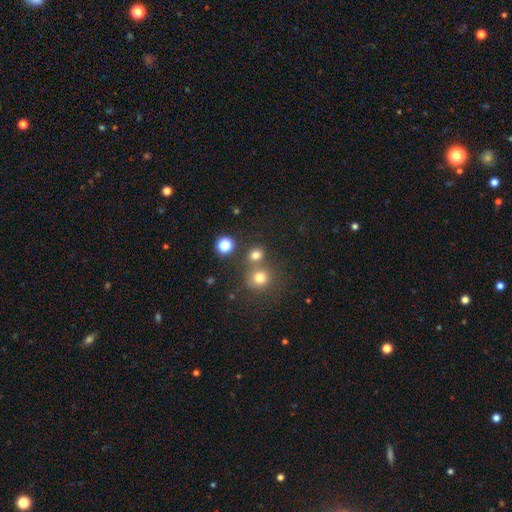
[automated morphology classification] A smooth galaxy with no disk features (71%) that is round (84%). Merging: none (59%).